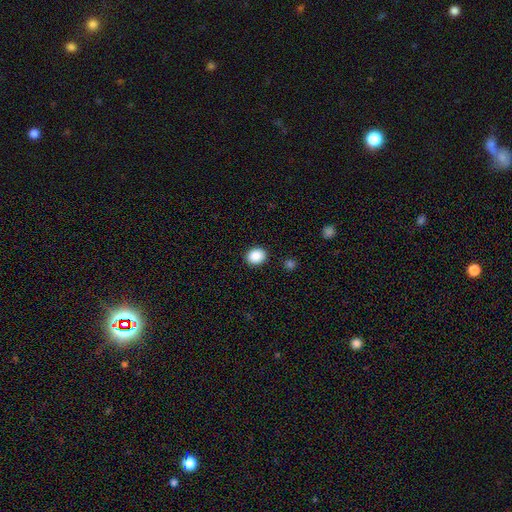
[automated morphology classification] Overall: smooth (88%). How rounded: round (61%; in between 38%). Merging: none (90%).